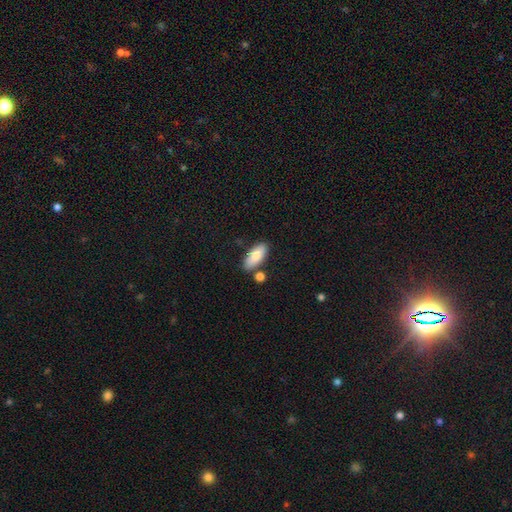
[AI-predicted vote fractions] smooth-or-featured: smooth: 83% | featured or disk: 11% | star or artifact: 6%
  how-rounded: in between: 83% | cigar-shaped: 15% | round: 2%
  merging: none: 77% | minor disturbance: 12% | merger: 9% | major disturbance: 3%